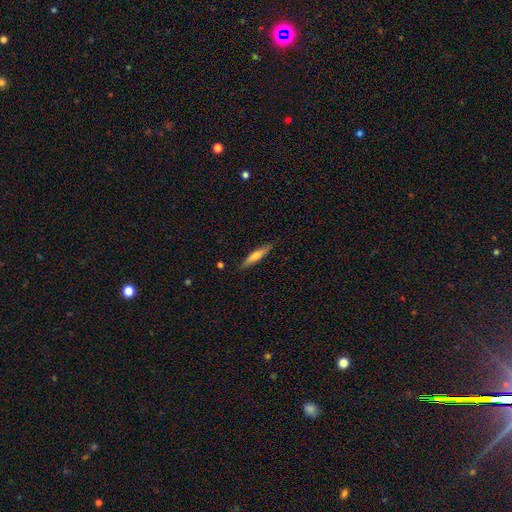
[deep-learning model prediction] Q: Smooth or featured?
A: smooth (58%); runner-up: featured or disk (36%)
Q: How rounded?
A: cigar-shaped (88%); runner-up: in between (11%)
Q: Merging?
A: none (87%); runner-up: minor disturbance (10%)